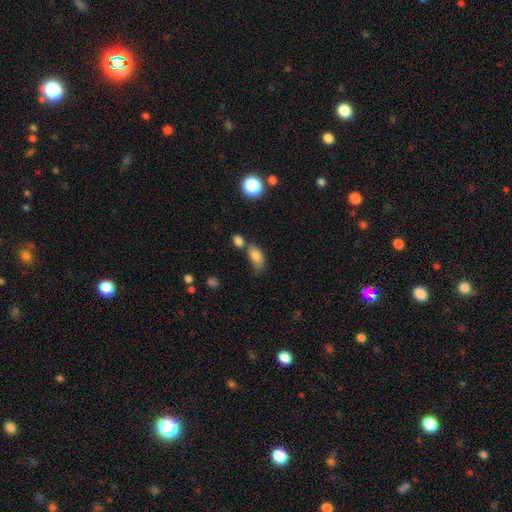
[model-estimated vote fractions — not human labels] Smooth or featured: smooth — 81% (featured or disk — 9%)
How rounded: in between — 89% (round — 7%)
Merging: none — 42% (merger — 30%)